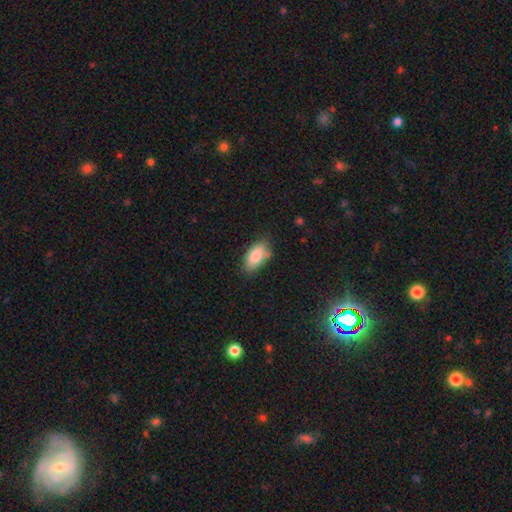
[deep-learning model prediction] smooth-or-featured: smooth: 84% | featured or disk: 9% | star or artifact: 7%
  how-rounded: in between: 92% | cigar-shaped: 5% | round: 3%
  merging: none: 71% | minor disturbance: 22% | major disturbance: 4% | merger: 4%